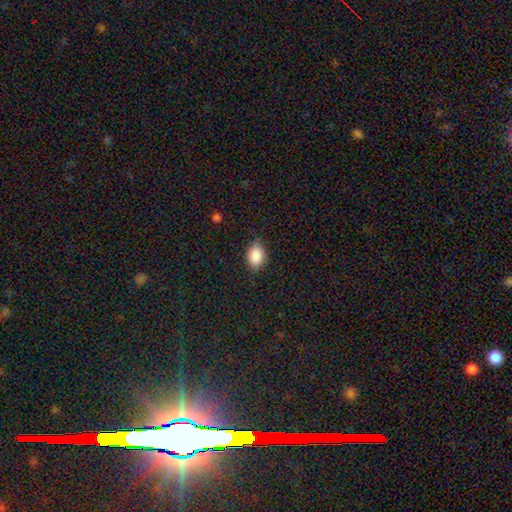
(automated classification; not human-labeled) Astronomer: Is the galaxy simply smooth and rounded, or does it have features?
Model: smooth — 88%.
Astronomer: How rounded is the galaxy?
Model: in between — 84%.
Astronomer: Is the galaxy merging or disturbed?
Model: none — 79%.